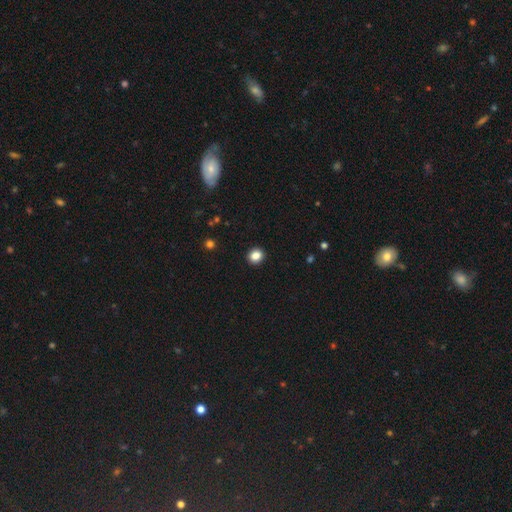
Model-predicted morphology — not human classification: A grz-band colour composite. It shows a smooth galaxy with no disk features (85%) that is round (83%). Merging: none (93%).